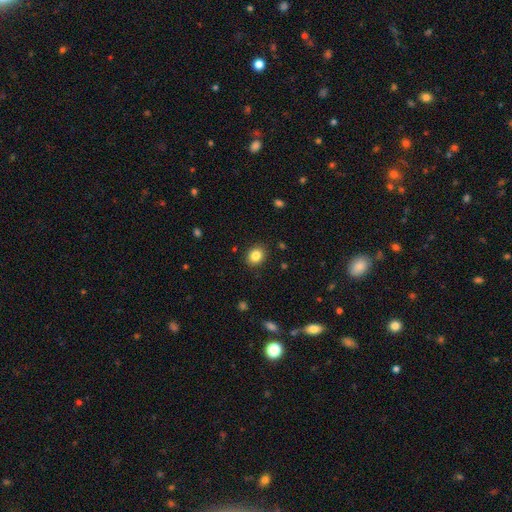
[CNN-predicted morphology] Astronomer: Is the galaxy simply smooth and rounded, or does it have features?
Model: smooth — 84%.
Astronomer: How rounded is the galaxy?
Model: round — 54% (runner-up: in between, 46%).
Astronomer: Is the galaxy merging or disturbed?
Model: none — 89%.